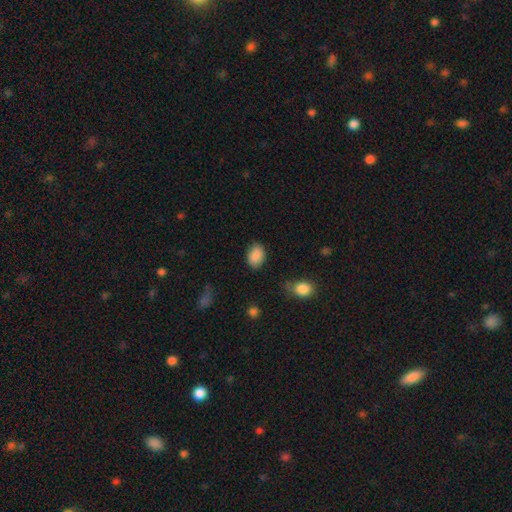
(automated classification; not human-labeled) smooth 89%, star or artifact 7%, featured or disk 4%. Down the decision tree: how rounded — in between (79%); merging — none (80%).